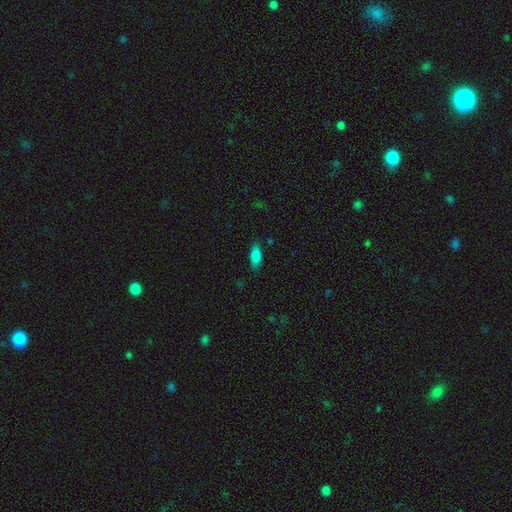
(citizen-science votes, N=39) smooth 74%, featured or disk 21%, star or artifact 5%. Down the decision tree: how rounded — in between (76%); merging — none (70%).